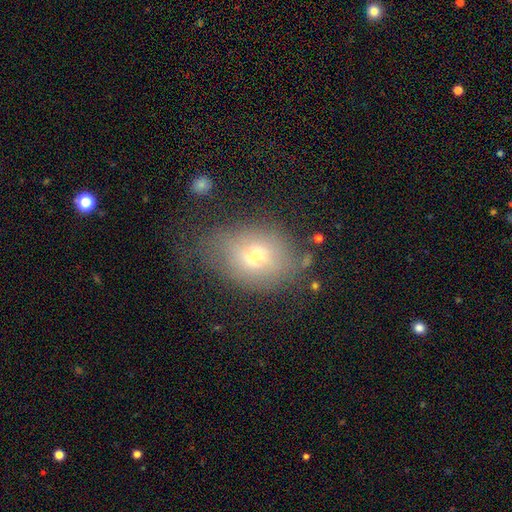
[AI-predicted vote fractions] A smooth galaxy with no disk features (63%) that is in between round and cigar-shaped (57%).

Vote fractions:
- Smooth or featured? smooth: 63% / featured or disk: 22% / star or artifact: 15%
- How rounded? in between: 57% / round: 42% / cigar-shaped: 1%
- Merging? none: 52% / minor disturbance: 27% / major disturbance: 16% / merger: 4%